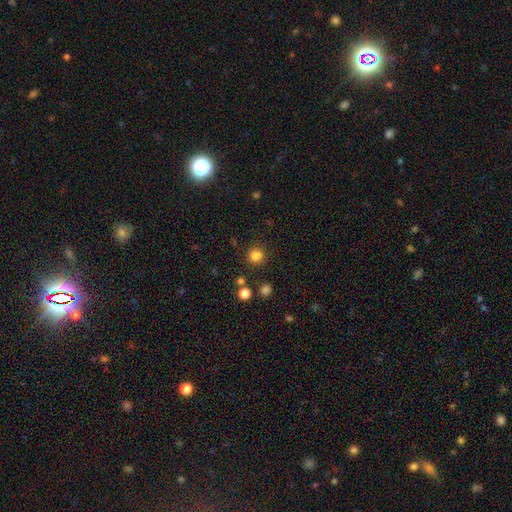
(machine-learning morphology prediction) Smooth or featured? Predicted: smooth (p=0.82). How rounded? Predicted: round (p=0.84). Merging? Predicted: none (p=0.84).